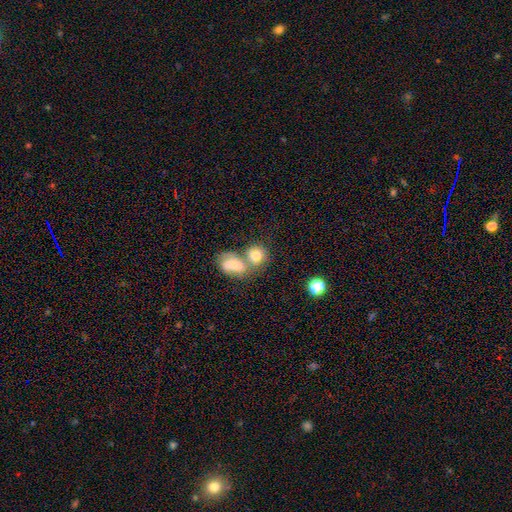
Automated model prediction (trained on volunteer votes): The model was most divided on "merging": merger: 52%, none: 34%, minor disturbance: 9%, major disturbance: 5%. More confident: smooth or featured — smooth (76%); how rounded — round (68%).